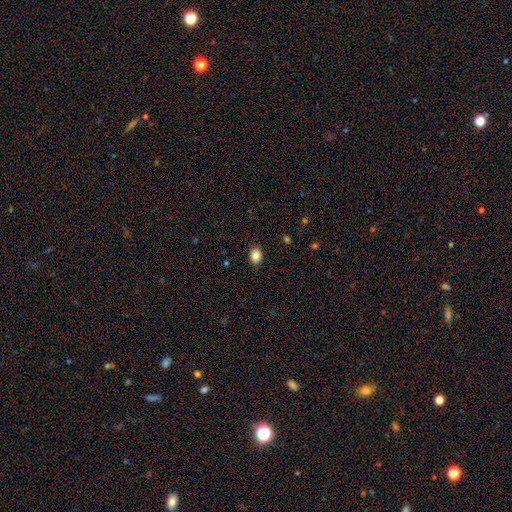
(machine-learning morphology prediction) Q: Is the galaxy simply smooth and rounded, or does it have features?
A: smooth — 86%.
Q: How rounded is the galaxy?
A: in between — 68%.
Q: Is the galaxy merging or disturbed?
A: none — 87%.